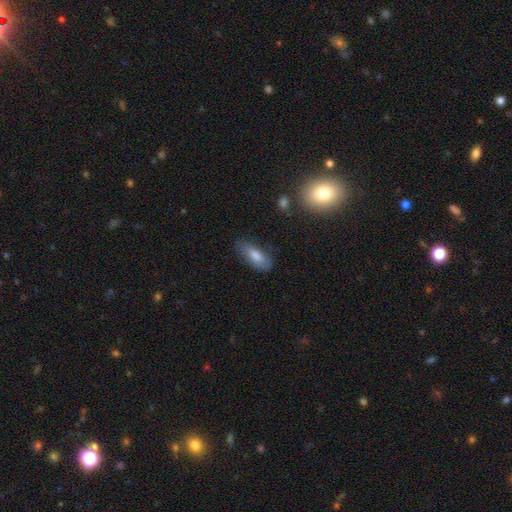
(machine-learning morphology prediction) Q: Smooth or featured?
A: smooth (71%); runner-up: featured or disk (21%)
Q: How rounded?
A: in between (74%); runner-up: cigar-shaped (23%)
Q: Merging?
A: none (67%); runner-up: minor disturbance (25%)